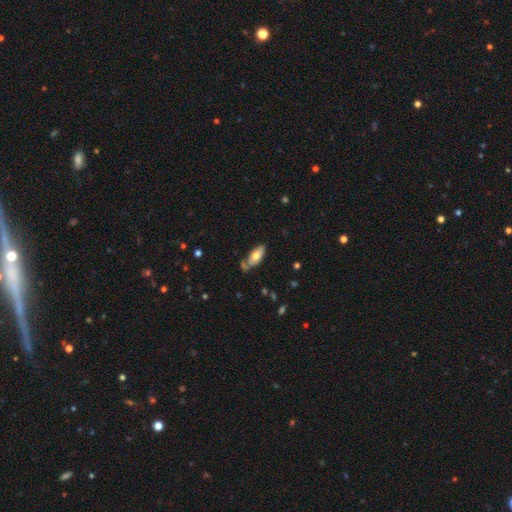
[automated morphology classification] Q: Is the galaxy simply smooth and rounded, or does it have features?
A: smooth — 64%.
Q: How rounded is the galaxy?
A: in between — 86%.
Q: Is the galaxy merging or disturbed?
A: none — 59%.